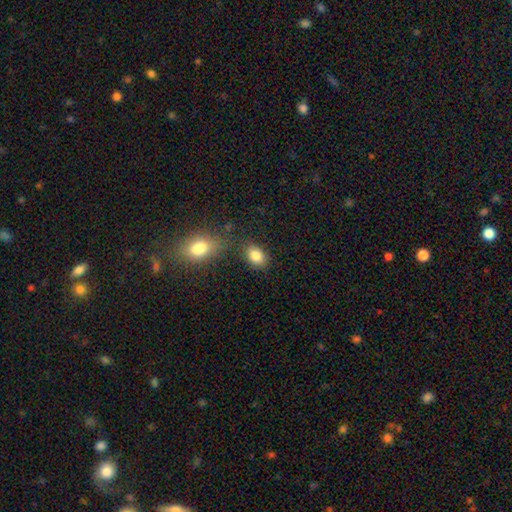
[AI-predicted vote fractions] A smooth galaxy with no disk features (85%) that is in between round and cigar-shaped (78%).

Vote fractions:
- Smooth or featured? smooth: 85% / star or artifact: 9% / featured or disk: 7%
- How rounded? in between: 78% / round: 21% / cigar-shaped: 1%
- Merging? none: 77% / minor disturbance: 12% / merger: 7% / major disturbance: 4%